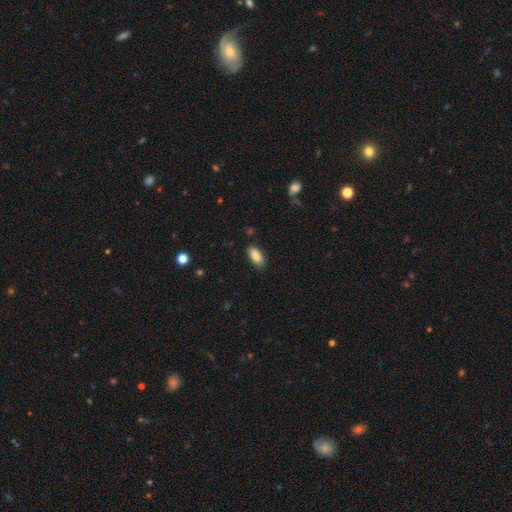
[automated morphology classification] The model was most divided on "merging": none: 82%, minor disturbance: 14%, major disturbance: 3%, merger: 1%. More confident: how rounded — in between (87%); smooth or featured — smooth (87%).